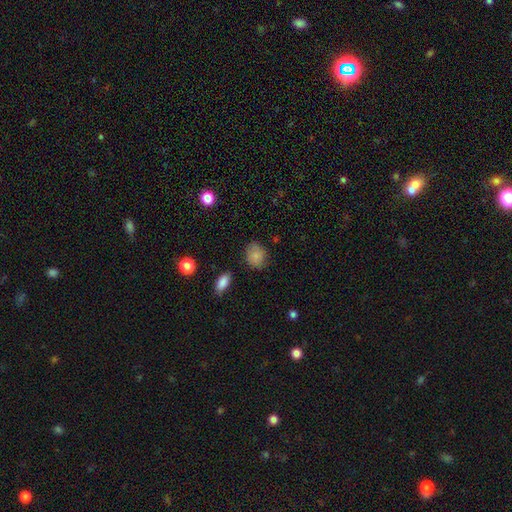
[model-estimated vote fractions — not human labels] Morphology: type=smooth (85%); roundness=round (53%); merging=none (77%).